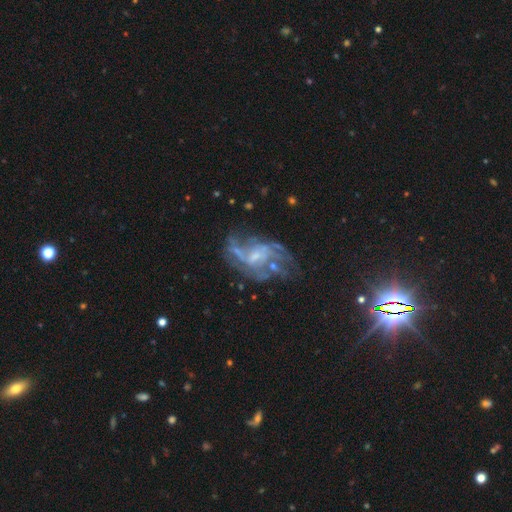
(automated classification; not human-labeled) Smooth or featured? featured or disk (76%)
Edge-on disk? no (97%)
Bar? no (48%)
Spiral arms? yes (79%)
Spiral winding? loose (43%)
Spiral arm count? can't tell (38%)
Bulge size? small (55%)
Merging? none (46%)